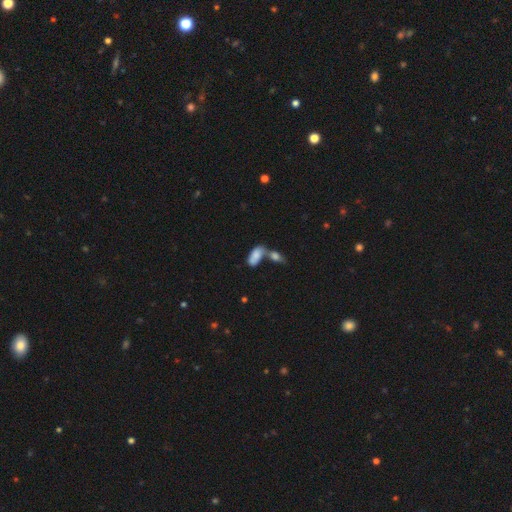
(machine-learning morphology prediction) Q: Smooth or featured?
A: smooth (80%); runner-up: featured or disk (13%)
Q: How rounded?
A: in between (90%); runner-up: cigar-shaped (7%)
Q: Merging?
A: merger (56%); runner-up: none (28%)